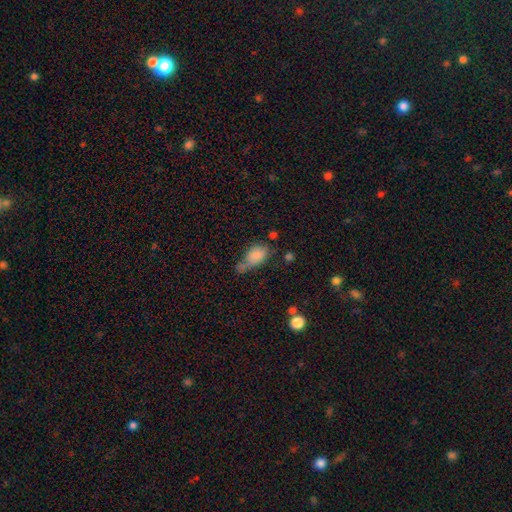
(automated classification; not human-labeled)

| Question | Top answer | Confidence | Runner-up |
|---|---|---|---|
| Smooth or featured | smooth | 77% | featured or disk (13%) |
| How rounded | in between | 87% | round (8%) |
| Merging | minor disturbance | 31% | none (29%) |